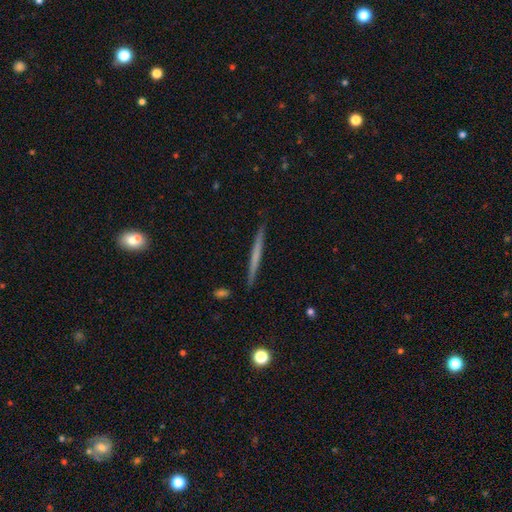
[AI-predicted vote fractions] Morphology: type=smooth (48%); merging=none (91%).